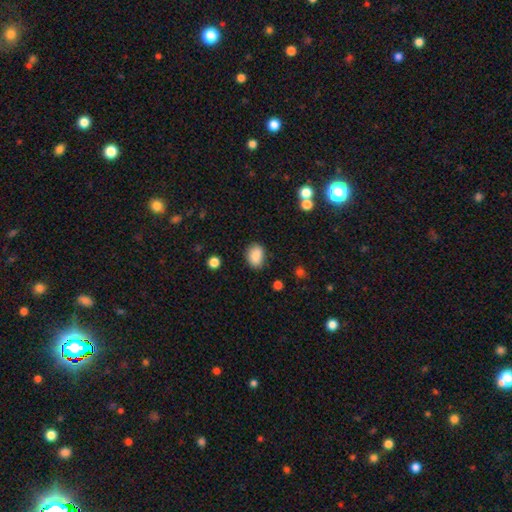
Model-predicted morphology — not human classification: This is clearly a smooth galaxy (86%). How rounded: likely in between (68%). Merging: likely none (77%).